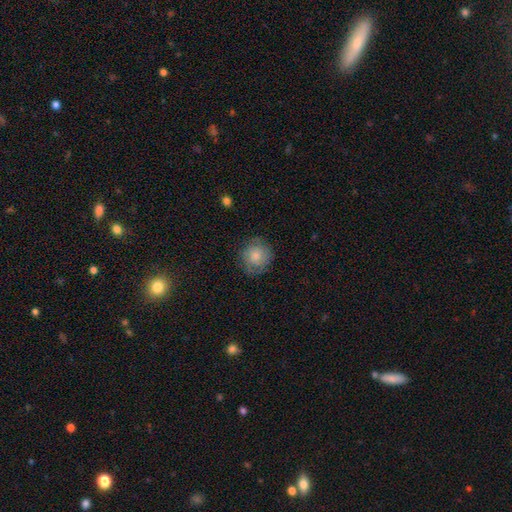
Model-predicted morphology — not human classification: A smooth galaxy with no disk features (69%) that is round (86%). Merging: none (75%).